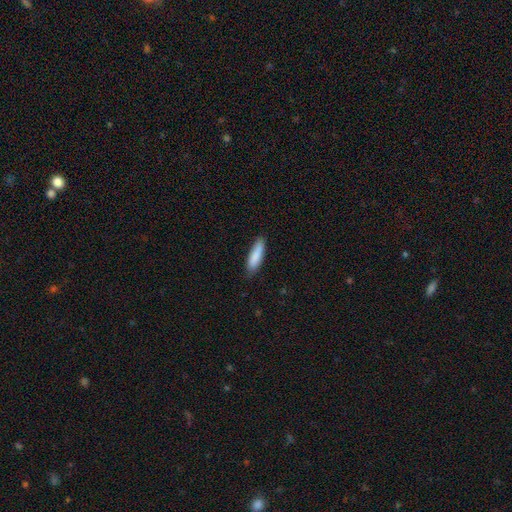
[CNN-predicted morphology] A smooth galaxy with no disk features (87%) that is cigar-shaped (63%). Merging: none (80%).